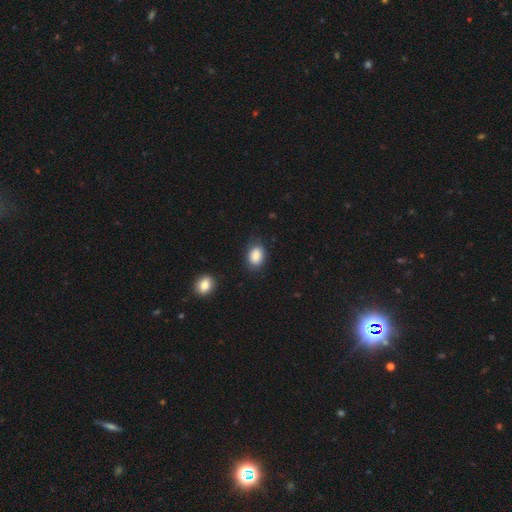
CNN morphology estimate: This appears to be a smooth galaxy with no disk features (88%) that is in between round and cigar-shaped (79%). Merging: none (81%).